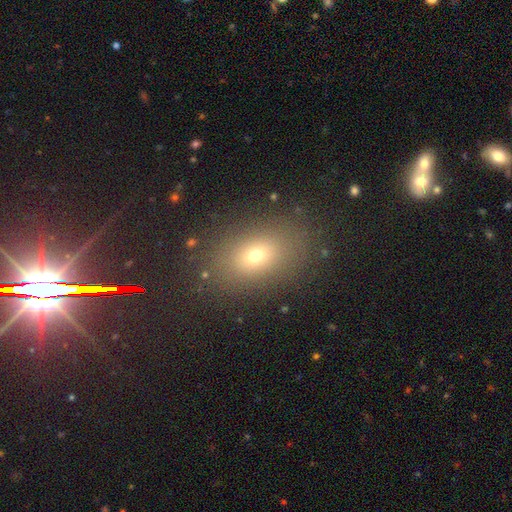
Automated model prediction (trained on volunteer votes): Smooth or featured? Predicted: smooth (p=0.68). How rounded? Predicted: in between (p=0.74). Merging? Predicted: none (p=0.83).